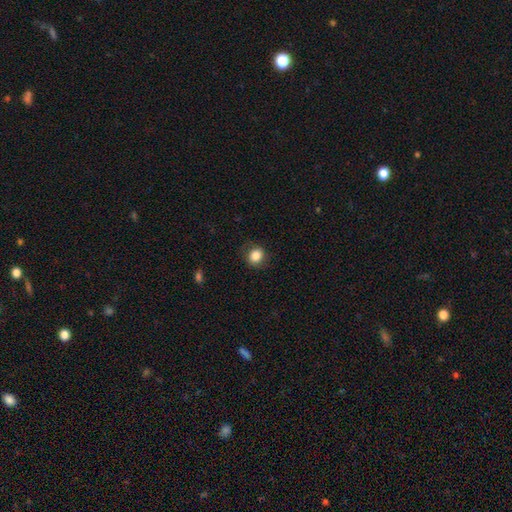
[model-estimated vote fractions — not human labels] A smooth galaxy with no disk features (84%) that is round (73%). Merging: none (82%).